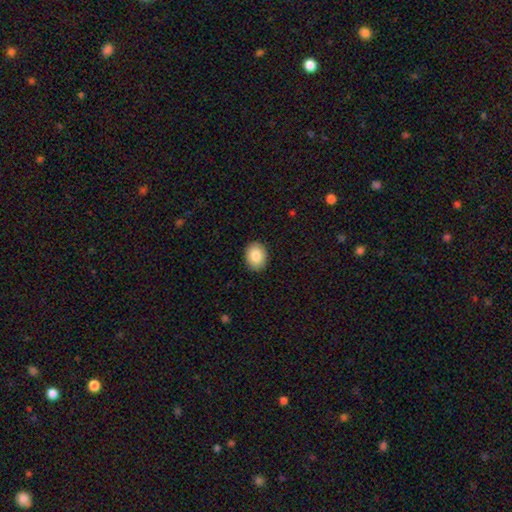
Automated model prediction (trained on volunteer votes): Smooth or featured: smooth — 86% (star or artifact — 7%)
How rounded: in between — 62% (round — 37%)
Merging: none — 89% (minor disturbance — 8%)